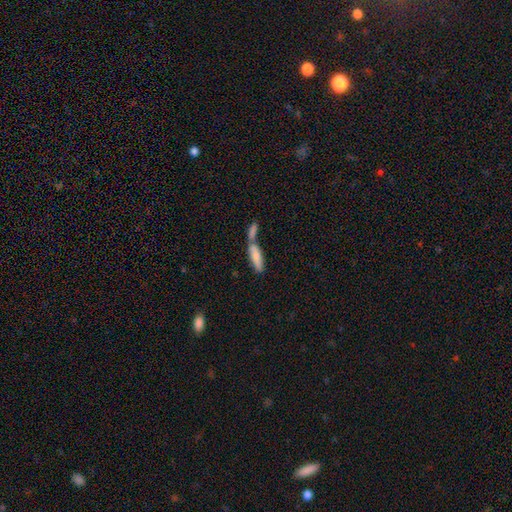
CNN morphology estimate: Smooth or featured: smooth — 77% (featured or disk — 16%)
How rounded: cigar-shaped — 51% (in between — 47%)
Merging: merger — 59% (none — 28%)